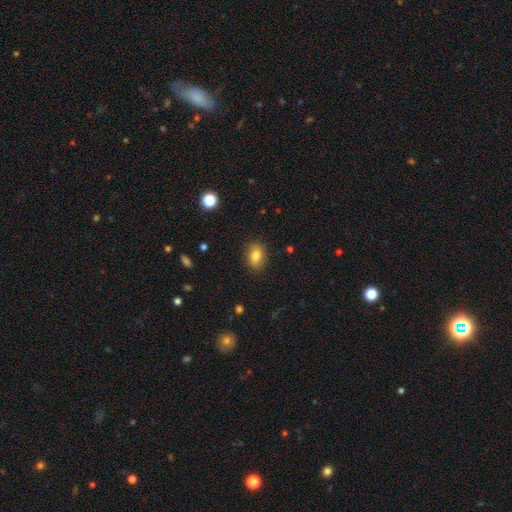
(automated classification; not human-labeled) The model was most divided on "how rounded": in between: 76%, round: 22%, cigar-shaped: 2%. More confident: merging — none (88%); smooth or featured — smooth (82%).